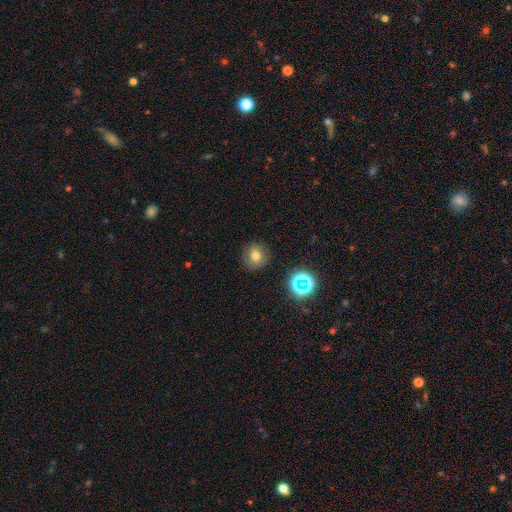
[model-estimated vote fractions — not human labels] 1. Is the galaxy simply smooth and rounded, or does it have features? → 66% smooth, 21% star or artifact, 13% featured or disk.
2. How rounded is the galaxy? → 86% round, 12% in between, 1% cigar-shaped.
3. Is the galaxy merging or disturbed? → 84% none, 11% minor disturbance, 3% major disturbance, 2% merger.